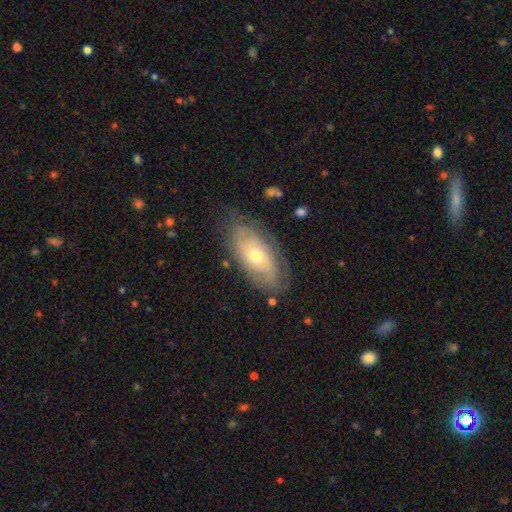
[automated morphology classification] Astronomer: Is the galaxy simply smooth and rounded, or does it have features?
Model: featured or disk — 62%.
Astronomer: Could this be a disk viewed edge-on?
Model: no — 87%.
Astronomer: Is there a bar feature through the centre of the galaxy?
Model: no — 80%.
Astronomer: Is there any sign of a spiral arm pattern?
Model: yes — 72%.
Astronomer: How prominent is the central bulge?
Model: moderate — 55% (runner-up: small, 40%).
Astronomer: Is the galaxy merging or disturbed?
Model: none — 76%.